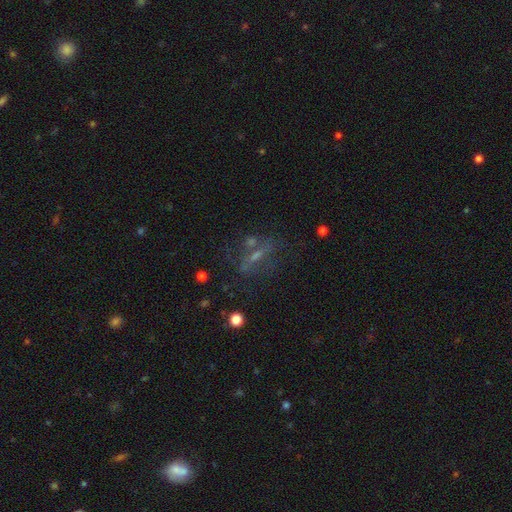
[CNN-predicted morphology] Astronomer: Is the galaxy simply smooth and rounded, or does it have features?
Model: featured or disk — 45% (runner-up: smooth, 30%).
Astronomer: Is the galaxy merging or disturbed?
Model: none — 57%.